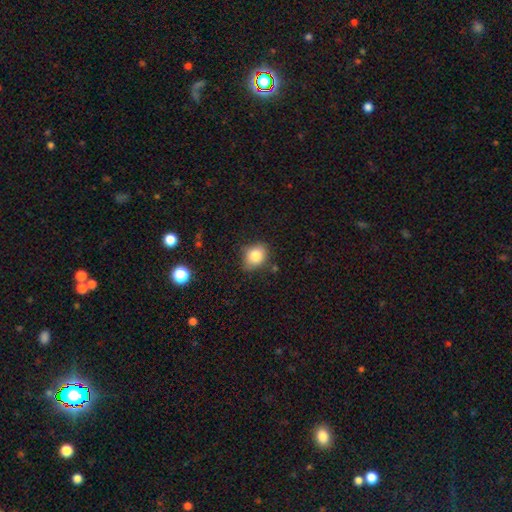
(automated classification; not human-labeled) Overall: smooth (82%). How rounded: in between (52%; round 47%). Merging: none (71%).